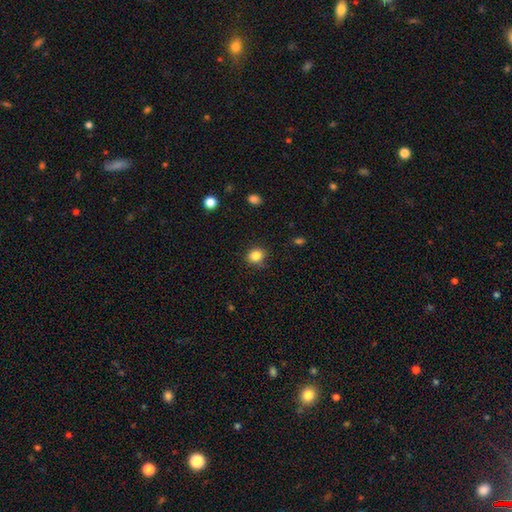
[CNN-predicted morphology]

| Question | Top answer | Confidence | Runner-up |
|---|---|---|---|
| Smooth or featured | smooth | 84% | star or artifact (11%) |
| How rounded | round | 67% | in between (32%) |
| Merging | none | 86% | minor disturbance (10%) |